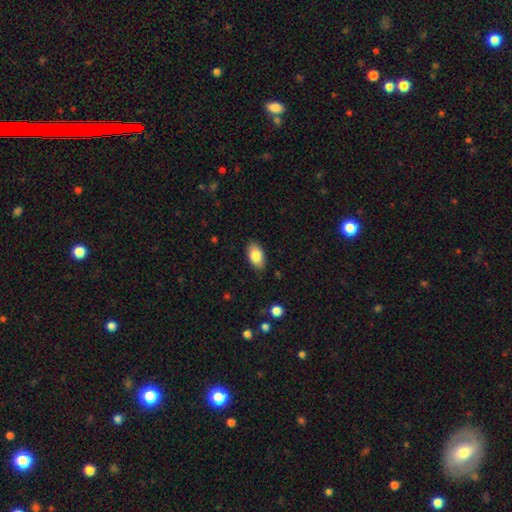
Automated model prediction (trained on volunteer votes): A smooth galaxy with no disk features (84%) that is in between round and cigar-shaped (92%). Merging: none (84%).